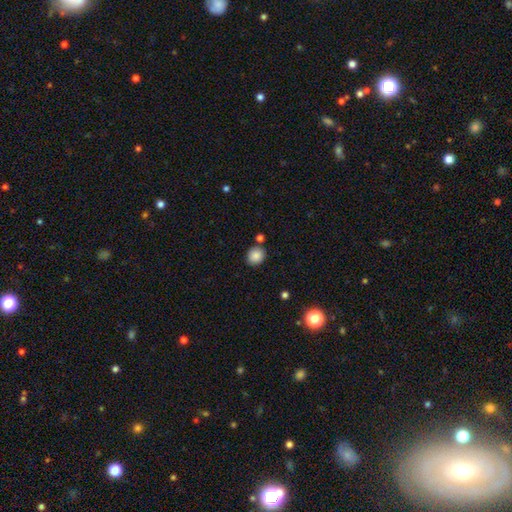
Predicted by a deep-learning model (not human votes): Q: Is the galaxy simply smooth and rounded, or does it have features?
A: smooth — 87%.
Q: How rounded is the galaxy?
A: round — 74%.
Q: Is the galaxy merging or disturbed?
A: none — 81%.